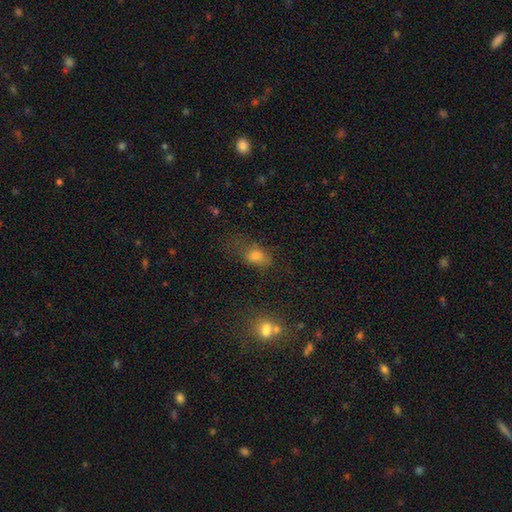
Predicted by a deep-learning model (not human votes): This appears to be a smooth galaxy with no disk features (68%) that is in between round and cigar-shaped (75%). Merging: none (49%).